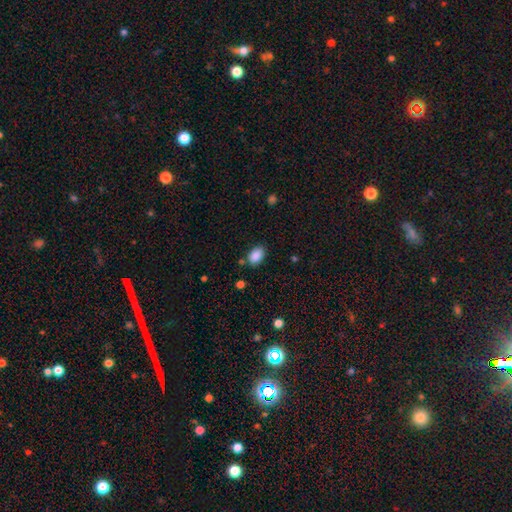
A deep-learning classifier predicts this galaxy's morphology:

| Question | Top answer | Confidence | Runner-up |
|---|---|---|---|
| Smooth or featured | smooth | 88% | star or artifact (8%) |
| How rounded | in between | 87% | round (11%) |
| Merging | none | 79% | minor disturbance (14%) |